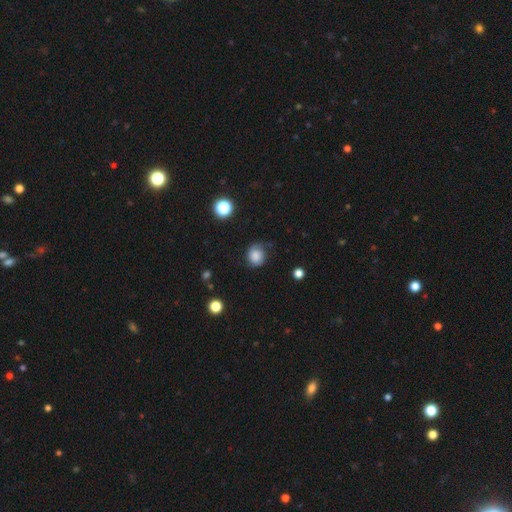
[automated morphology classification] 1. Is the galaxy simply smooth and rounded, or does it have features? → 67% smooth, 23% featured or disk, 10% star or artifact.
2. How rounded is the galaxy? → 75% round, 24% in between, 1% cigar-shaped.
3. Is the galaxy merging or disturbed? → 51% none, 29% minor disturbance, 18% major disturbance, 2% merger.